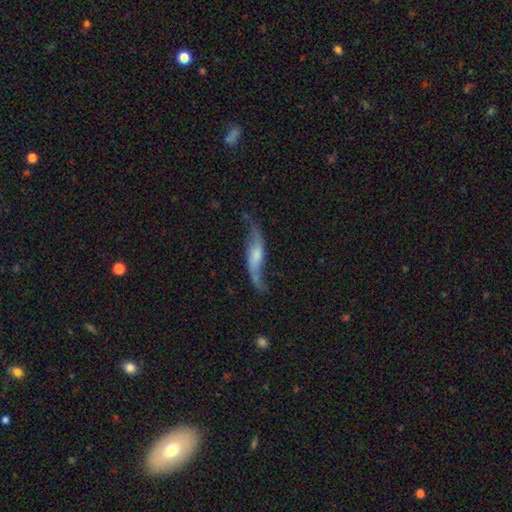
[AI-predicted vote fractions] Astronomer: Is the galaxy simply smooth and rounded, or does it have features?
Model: featured or disk — 79%.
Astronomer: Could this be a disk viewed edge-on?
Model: no — 80%.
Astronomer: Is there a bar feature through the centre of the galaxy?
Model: no — 50% (runner-up: weak, 35%).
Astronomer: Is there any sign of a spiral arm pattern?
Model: yes — 93%.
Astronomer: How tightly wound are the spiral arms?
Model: loose — 92%.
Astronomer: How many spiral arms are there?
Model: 2 — 92%.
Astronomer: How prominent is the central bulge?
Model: small — 39% (runner-up: moderate, 32%).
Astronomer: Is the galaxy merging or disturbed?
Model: none — 64%.